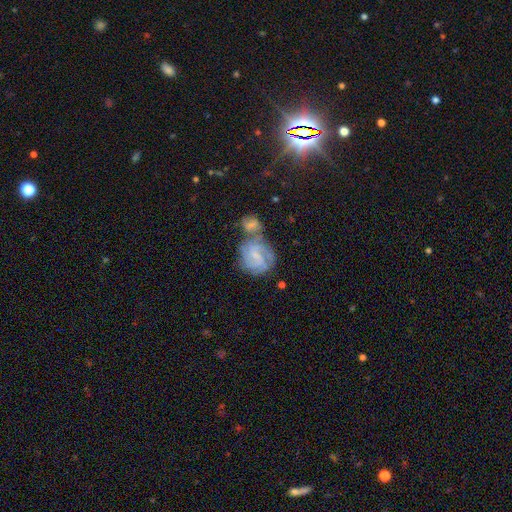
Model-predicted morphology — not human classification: This is likely a featured or disk galaxy (77%). It is clearly not viewed edge-on (98%). Bar: possibly weak (52%). Spiral arm pattern: clearly yes (95%). Spiral arm count: marginally 2 (36%). Spiral winding: possibly tight (51%). Central bulge: likely small (63%). Merging: marginally merger (40%).